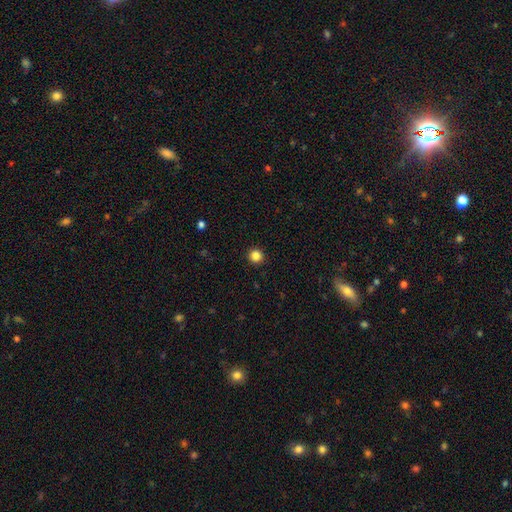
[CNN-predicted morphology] Smooth or featured? smooth (85%)
How rounded? round (95%)
Merging? none (93%)